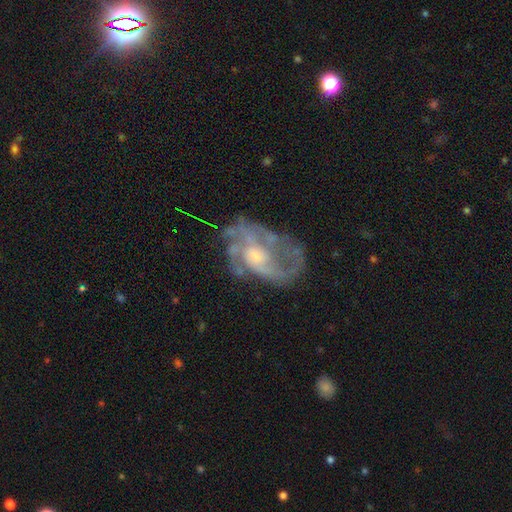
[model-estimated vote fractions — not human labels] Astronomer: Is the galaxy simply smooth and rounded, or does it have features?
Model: featured or disk — 83%.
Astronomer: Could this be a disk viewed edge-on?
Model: no — 97%.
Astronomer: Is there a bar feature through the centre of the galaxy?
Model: no — 68%.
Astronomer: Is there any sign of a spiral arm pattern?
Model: yes — 85%.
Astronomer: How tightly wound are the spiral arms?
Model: medium — 44% (runner-up: tight, 31%).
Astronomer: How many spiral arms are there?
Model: can't tell — 33% (runner-up: 2, 25%).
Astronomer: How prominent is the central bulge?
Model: moderate — 49% (runner-up: small, 35%).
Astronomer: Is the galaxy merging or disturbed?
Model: none — 54%.